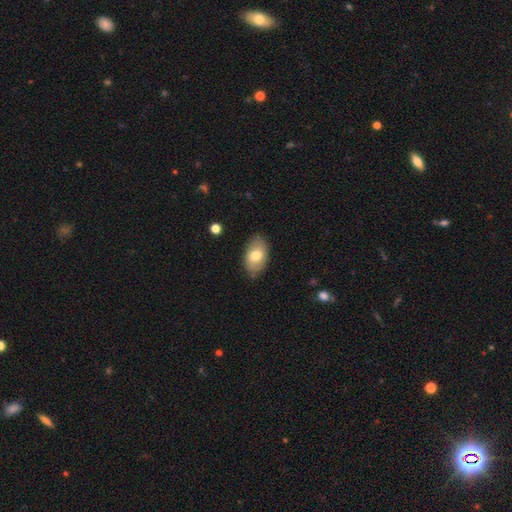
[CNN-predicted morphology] A smooth galaxy with no disk features (71%) that is in between round and cigar-shaped (92%). Merging: none (81%).